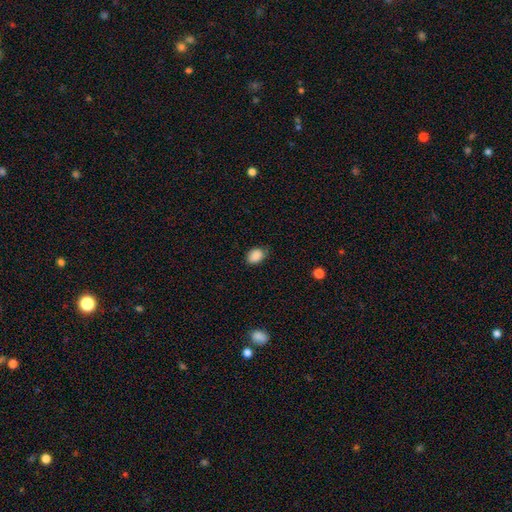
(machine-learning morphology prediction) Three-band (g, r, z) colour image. It shows a smooth galaxy with no disk features (87%) that is in between round and cigar-shaped (74%). Merging: none (73%).